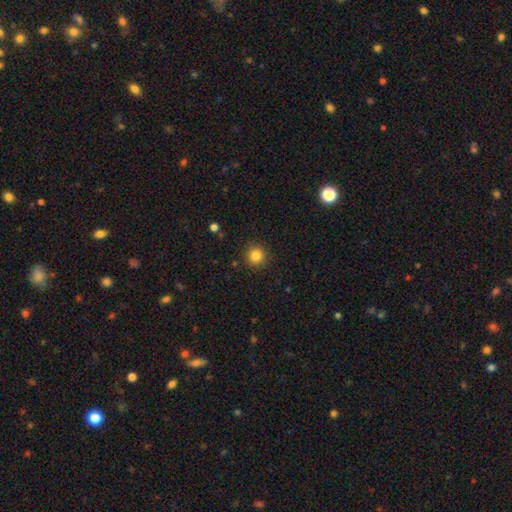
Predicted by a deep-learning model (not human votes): A smooth galaxy with no disk features (84%) that is round (94%). Merging: none (91%).